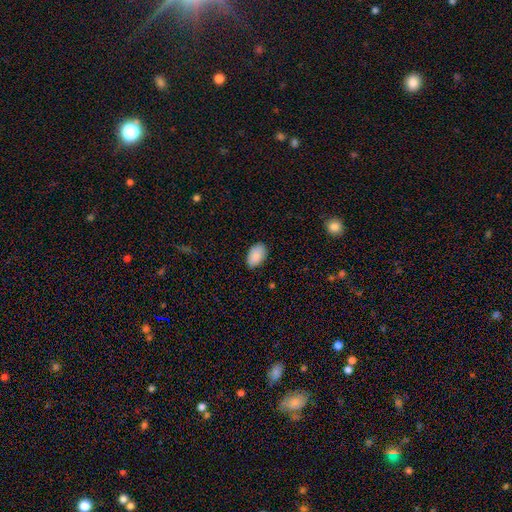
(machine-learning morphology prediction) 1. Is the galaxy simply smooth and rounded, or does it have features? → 88% smooth, 7% star or artifact, 6% featured or disk.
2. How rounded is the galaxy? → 92% in between, 7% round, 1% cigar-shaped.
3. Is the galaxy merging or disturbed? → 82% none, 15% minor disturbance, 2% major disturbance, 1% merger.